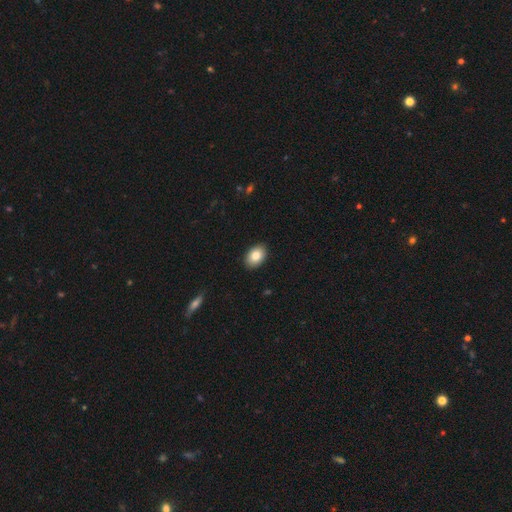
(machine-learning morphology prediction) A smooth galaxy with no disk features (84%) that is in between round and cigar-shaped (85%). Merging: none (90%).